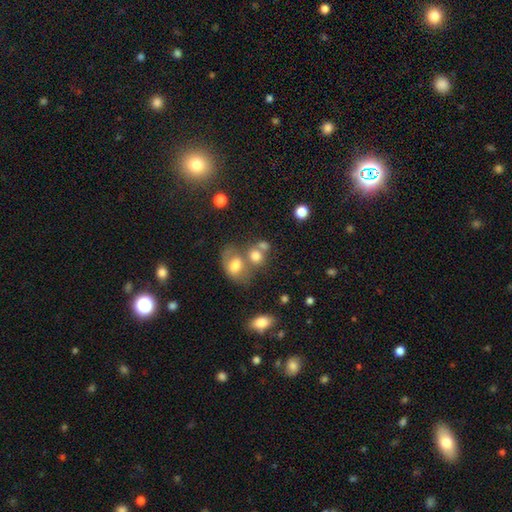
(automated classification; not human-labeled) smooth_or_featured: smooth (p=0.74) [alt: featured or disk p=0.14]
how_rounded: round (p=0.58) [alt: in between p=0.40]
merging: merger (p=0.44) [alt: none p=0.37]